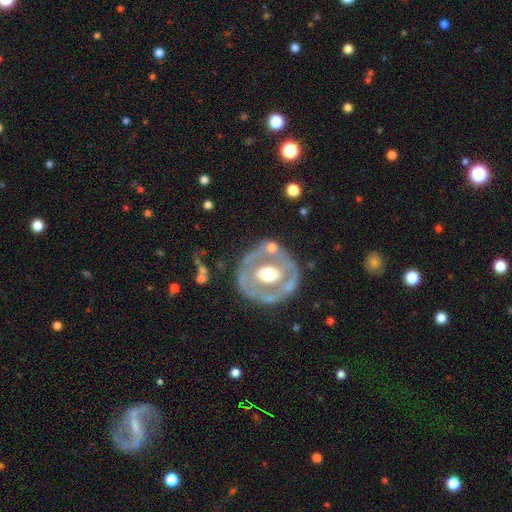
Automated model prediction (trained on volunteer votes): smooth-or-featured: featured or disk: 67% | smooth: 24% | star or artifact: 9%
  disk-edge-on: no: 92% | yes: 8%
    bar: no: 68% | weak: 19% | strong: 13%
    has-spiral-arms: no: 72% | yes: 28%
    bulge-size: moderate: 63% | large: 23% | small: 9% | dominant: 4% | none: 2%
  merging: none: 75% | minor disturbance: 13% | major disturbance: 8% | merger: 4%